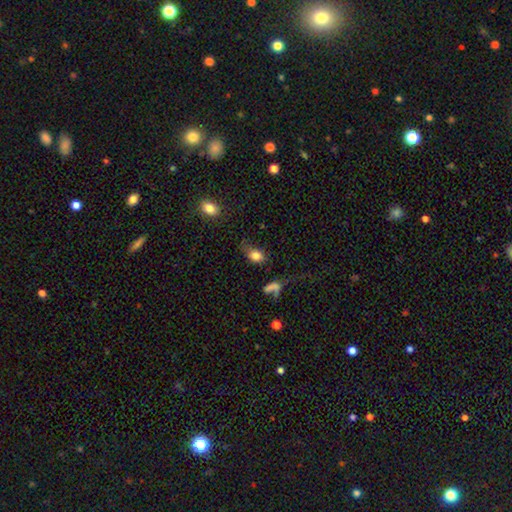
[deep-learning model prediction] Smooth or featured? smooth (80%)
How rounded? in between (78%)
Merging? none (45%)